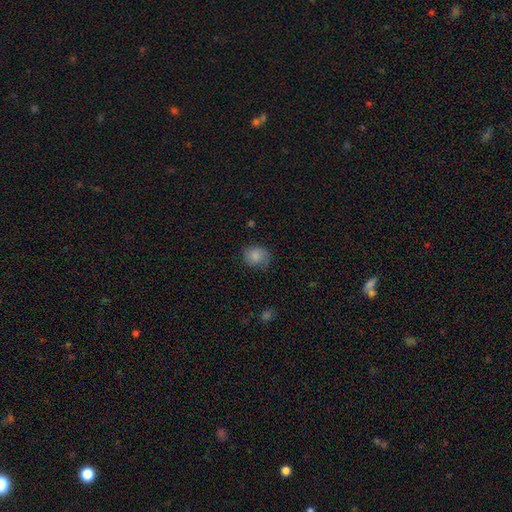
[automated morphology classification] Smooth or featured?
  - smooth: 77% *
  - featured or disk: 14%
  - star or artifact: 8%
How rounded?
  - round: 70% *
  - in between: 29%
  - cigar-shaped: 1%
Merging?
  - none: 65% *
  - minor disturbance: 25%
  - major disturbance: 9%
  - merger: 1%